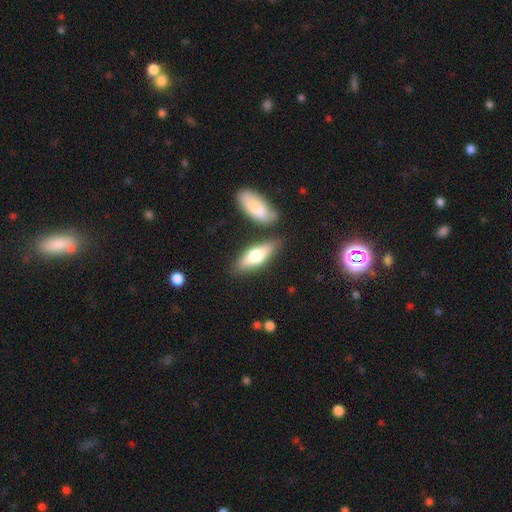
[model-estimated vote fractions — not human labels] Smooth or featured?
  - smooth: 65% *
  - featured or disk: 30%
  - star or artifact: 6%
How rounded?
  - in between: 59% *
  - cigar-shaped: 38%
  - round: 2%
Merging?
  - none: 75% *
  - minor disturbance: 12%
  - merger: 10%
  - major disturbance: 3%